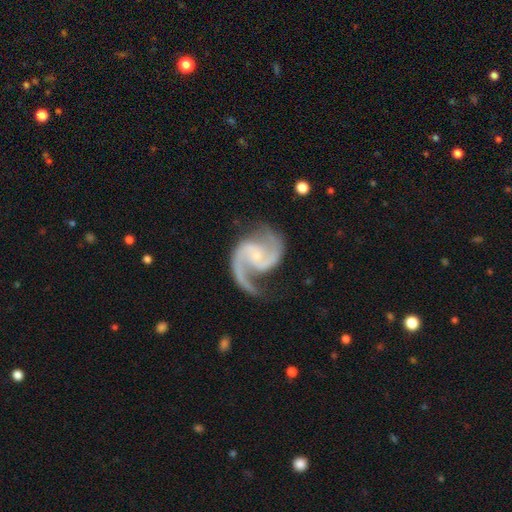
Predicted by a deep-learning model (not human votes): Overall: featured or disk (94%). Edge-on disk: no (98%). Bar: no (55%; weak 34%). Spiral arms: yes (98%). Spiral arm count: 2 (92%). Spiral winding: medium (61%; loose 27%). Bulge size: small (76%). Merging: none (70%).